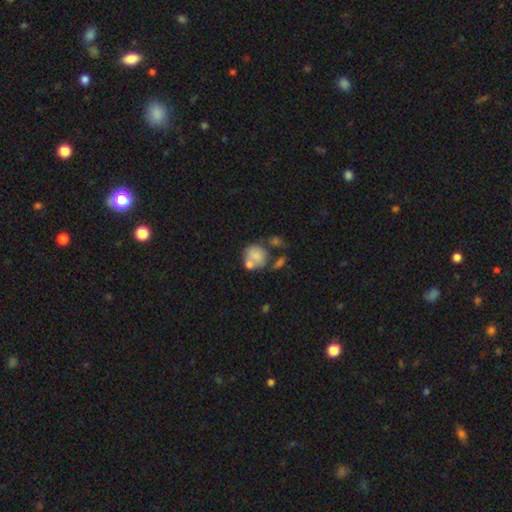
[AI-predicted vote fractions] smooth_or_featured: smooth (p=0.73) [alt: featured or disk p=0.18]
how_rounded: round (p=0.77) [alt: in between p=0.22]
merging: none (p=0.39) [alt: merger p=0.38]